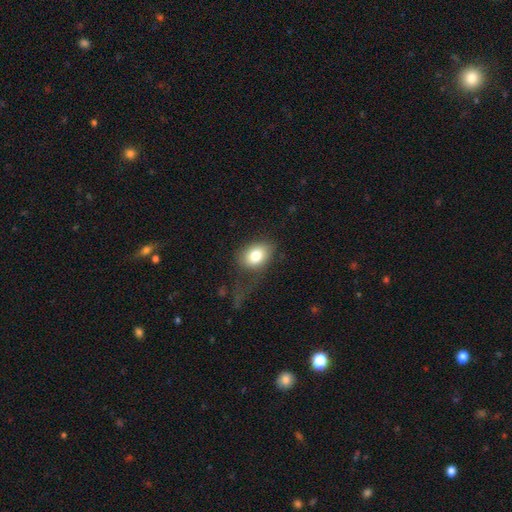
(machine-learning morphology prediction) Smooth or featured: smooth — 80% (featured or disk — 12%)
How rounded: in between — 74% (round — 25%)
Merging: none — 54% (minor disturbance — 23%)